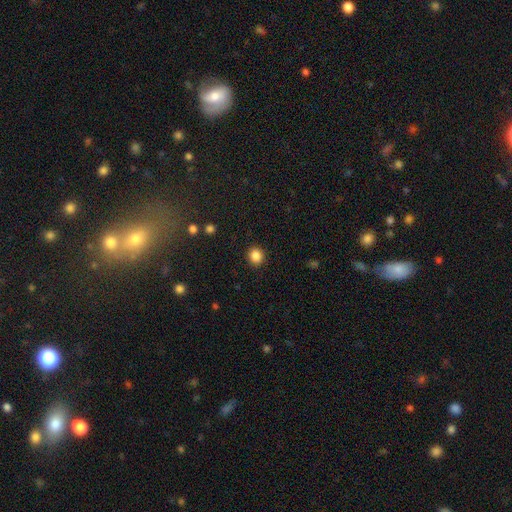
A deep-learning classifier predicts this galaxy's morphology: A smooth galaxy with no disk features (86%) that is round (84%). Merging: none (91%).